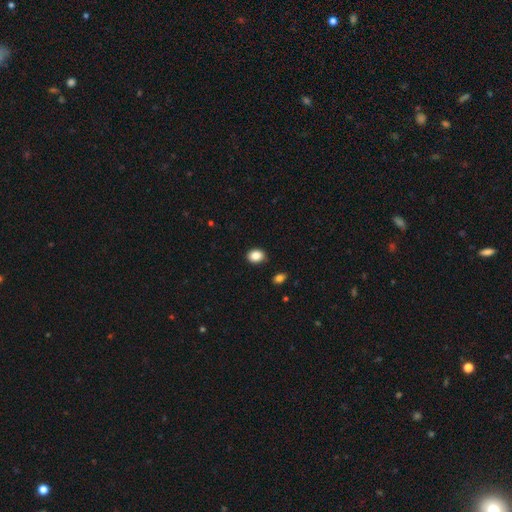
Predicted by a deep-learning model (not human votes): Smooth or featured?
  - smooth: 86% *
  - star or artifact: 9%
  - featured or disk: 5%
How rounded?
  - in between: 55% *
  - round: 44%
  - cigar-shaped: 1%
Merging?
  - none: 88% *
  - minor disturbance: 9%
  - major disturbance: 2%
  - merger: 2%